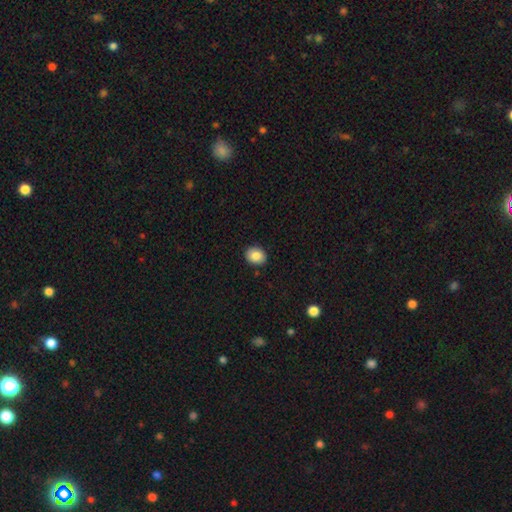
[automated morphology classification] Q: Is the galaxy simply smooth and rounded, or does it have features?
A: smooth — 85%.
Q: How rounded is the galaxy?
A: in between — 51%.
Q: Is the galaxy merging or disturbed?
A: none — 89%.